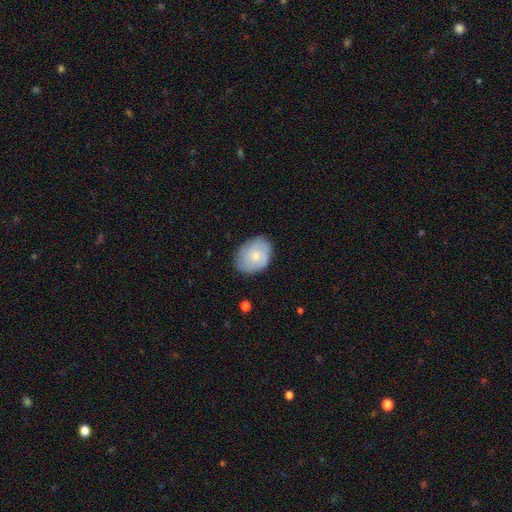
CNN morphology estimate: Smooth or featured? smooth (56%)
How rounded? in between (67%)
Merging? none (72%)